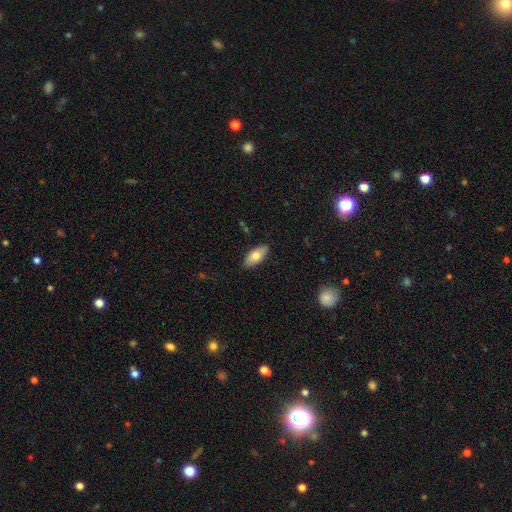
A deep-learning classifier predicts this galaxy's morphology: Smooth or featured?
  - smooth: 74% *
  - featured or disk: 20%
  - star or artifact: 6%
How rounded?
  - in between: 88% *
  - cigar-shaped: 9%
  - round: 3%
Merging?
  - none: 87% *
  - minor disturbance: 10%
  - major disturbance: 2%
  - merger: 1%